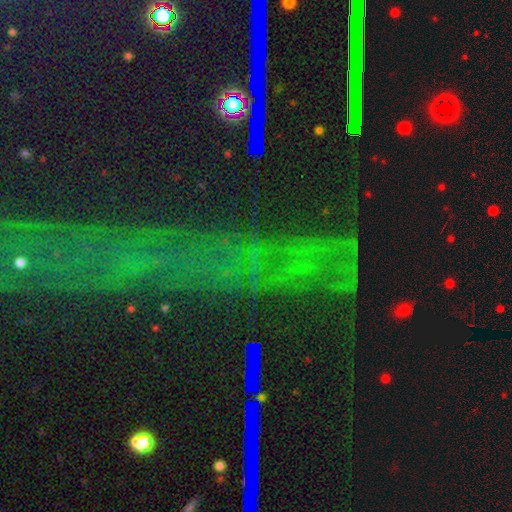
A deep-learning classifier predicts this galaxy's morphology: Overall: star or artifact (79%).